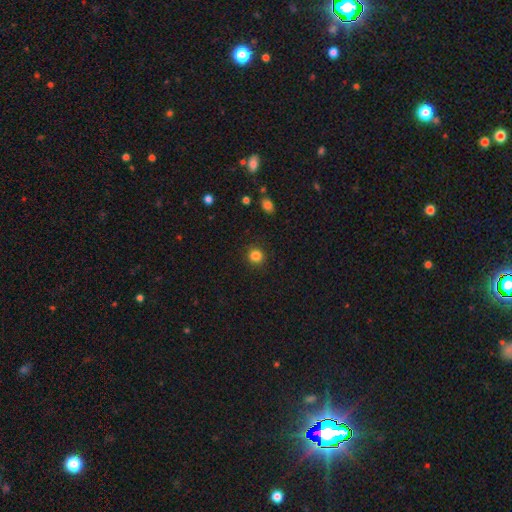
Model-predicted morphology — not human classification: smooth 84%, star or artifact 12%, featured or disk 4%. Down the decision tree: how rounded — round (91%); merging — none (91%).